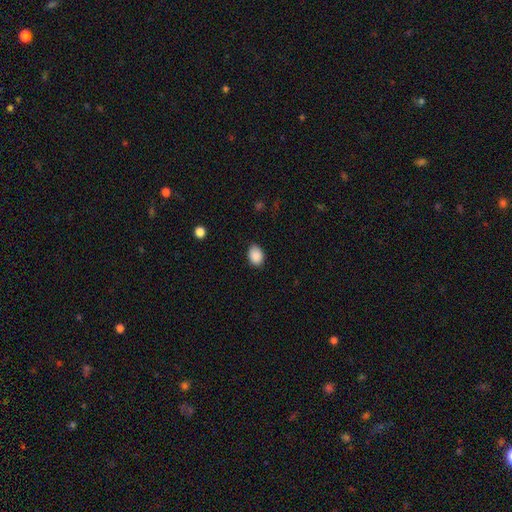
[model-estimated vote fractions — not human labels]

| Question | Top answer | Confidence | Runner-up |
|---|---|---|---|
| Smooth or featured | smooth | 90% | star or artifact (8%) |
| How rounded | in between | 74% | round (25%) |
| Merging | none | 84% | minor disturbance (13%) |